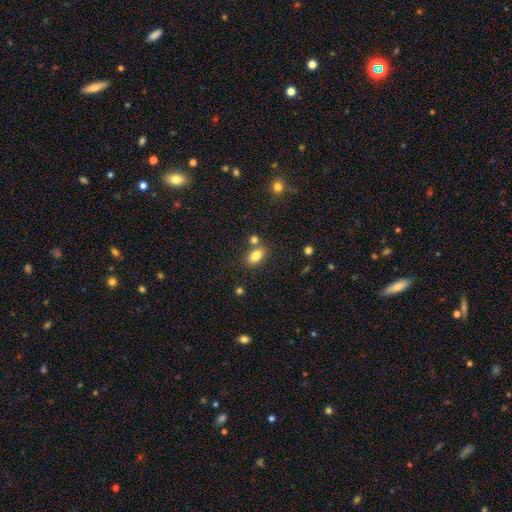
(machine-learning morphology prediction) Q: Smooth or featured?
A: smooth (82%); runner-up: star or artifact (9%)
Q: How rounded?
A: in between (88%); runner-up: round (10%)
Q: Merging?
A: none (68%); runner-up: merger (17%)